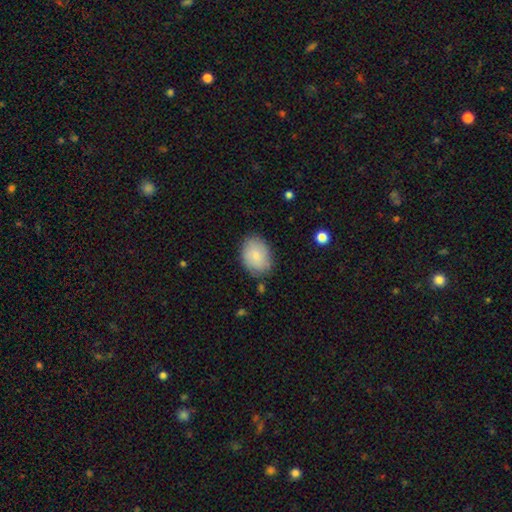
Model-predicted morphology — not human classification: smooth_or_featured: smooth (p=0.80) [alt: featured or disk p=0.13]
how_rounded: in between (p=0.76) [alt: round p=0.23]
merging: none (p=0.77) [alt: minor disturbance p=0.17]